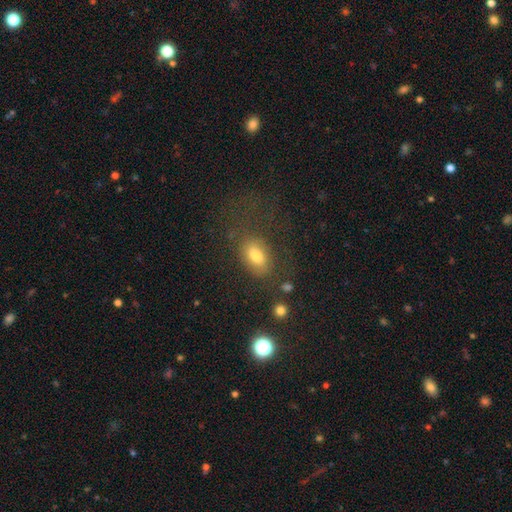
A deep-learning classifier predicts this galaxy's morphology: A smooth galaxy with no disk features (70%) that is in between round and cigar-shaped (84%). Merging: none (58%).